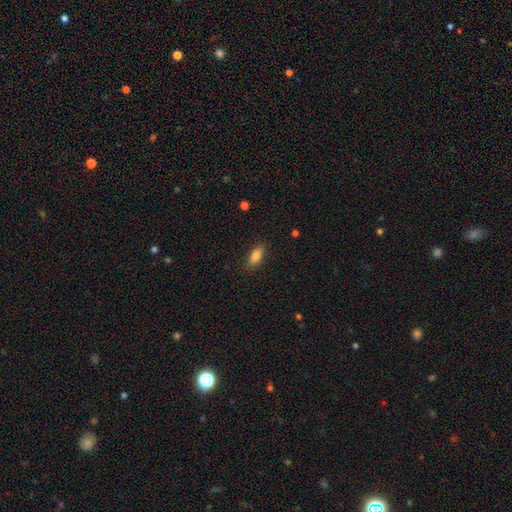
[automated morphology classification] smooth_or_featured: smooth (p=0.85) [alt: star or artifact p=0.08]
how_rounded: in between (p=0.81) [alt: cigar-shaped p=0.16]
merging: none (p=0.85) [alt: minor disturbance p=0.11]